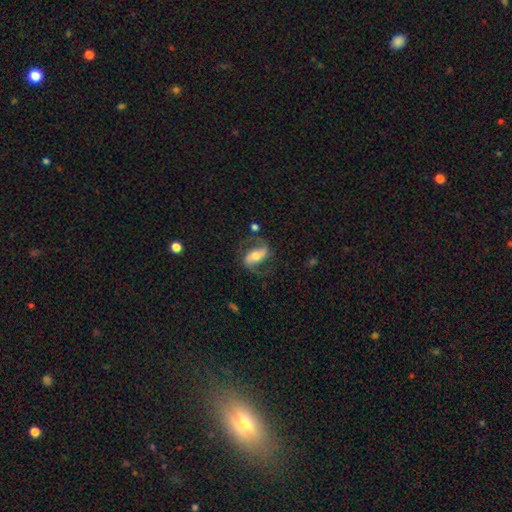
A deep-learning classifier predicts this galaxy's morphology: This appears to be a featured or disk galaxy (70%) with a strong bar (46%), 2 (89%) loose (43%) spiral arms (88%) and a moderate central bulge (64%). Merging: none (66%).